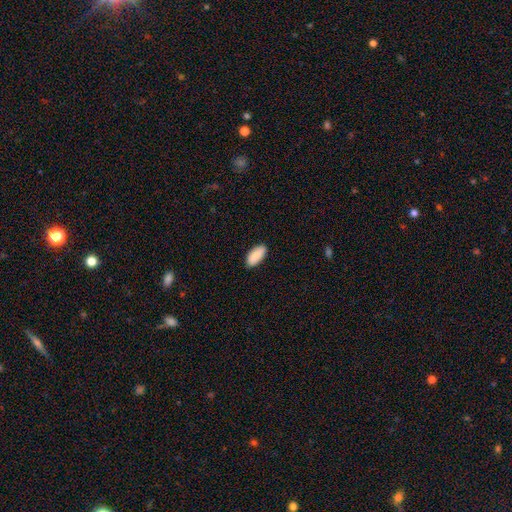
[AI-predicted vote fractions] Smooth or featured?
  - smooth: 89% *
  - star or artifact: 6%
  - featured or disk: 5%
How rounded?
  - in between: 91% *
  - cigar-shaped: 7%
  - round: 2%
Merging?
  - none: 88% *
  - minor disturbance: 10%
  - major disturbance: 2%
  - merger: 1%